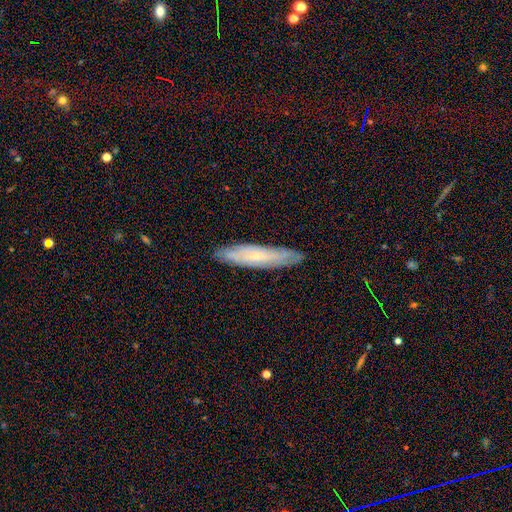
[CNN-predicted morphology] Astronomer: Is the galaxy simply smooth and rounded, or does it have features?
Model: featured or disk — 60%.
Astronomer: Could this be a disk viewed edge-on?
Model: no — 50%, tied with yes at 50%.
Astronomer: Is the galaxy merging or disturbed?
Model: none — 85%.